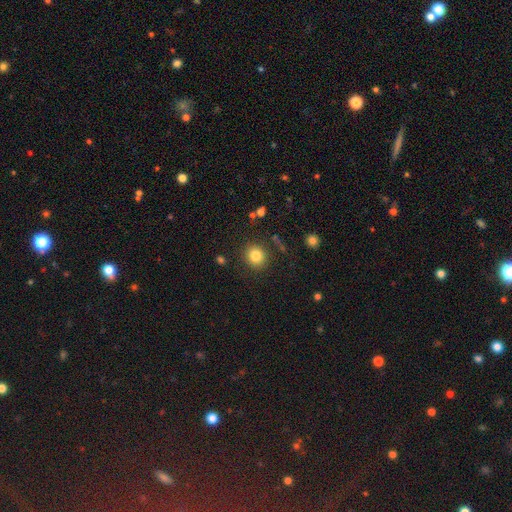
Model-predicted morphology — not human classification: The model was most divided on "how rounded": round: 85%, in between: 14%, cigar-shaped: 1%. More confident: merging — none (87%); smooth or featured — smooth (83%).